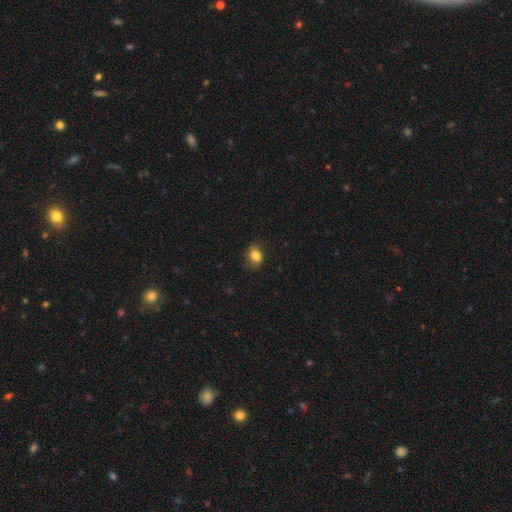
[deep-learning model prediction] This appears to be a smooth galaxy with no disk features (82%) that is in between round and cigar-shaped (56%). Merging: none (71%).